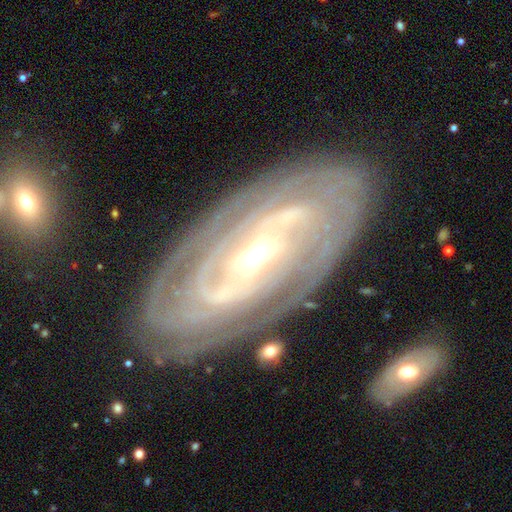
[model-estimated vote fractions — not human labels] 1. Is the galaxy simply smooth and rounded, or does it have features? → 89% featured or disk, 7% smooth, 5% star or artifact.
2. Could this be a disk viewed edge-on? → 92% no, 8% yes.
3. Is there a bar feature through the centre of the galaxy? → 39% strong, 36% weak, 25% no.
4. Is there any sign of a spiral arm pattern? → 93% yes, 7% no.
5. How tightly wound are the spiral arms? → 76% tight, 18% medium, 5% loose.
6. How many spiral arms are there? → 35% can't tell, 29% 2, 14% 3, 9% 4, 7% more than 4, 6% 1.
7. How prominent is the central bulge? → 49% moderate, 45% small, 4% large, 1% none, 1% dominant.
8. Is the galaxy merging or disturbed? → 79% none, 15% minor disturbance, 5% major disturbance, 2% merger.